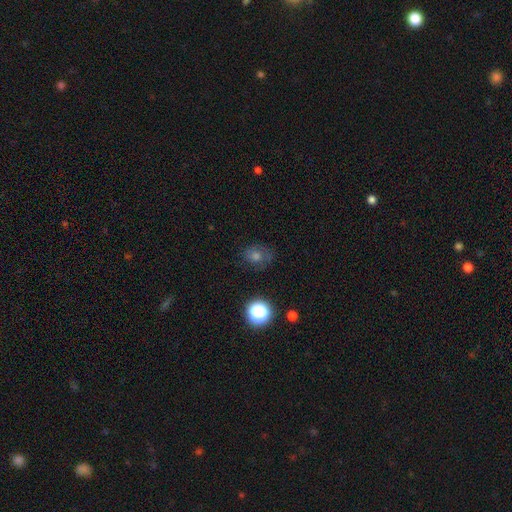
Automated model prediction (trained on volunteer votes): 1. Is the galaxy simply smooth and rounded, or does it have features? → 58% smooth, 26% star or artifact, 16% featured or disk.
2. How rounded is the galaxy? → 54% round, 45% in between, 1% cigar-shaped.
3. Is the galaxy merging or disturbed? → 74% none, 18% minor disturbance, 6% major disturbance, 2% merger.